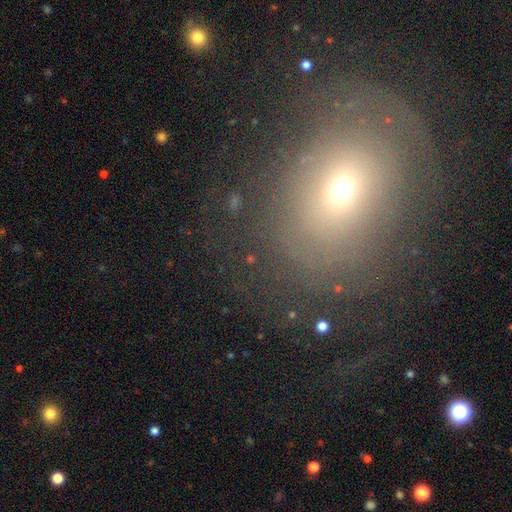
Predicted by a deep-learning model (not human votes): This is possibly a smooth galaxy (47%). Merging: likely none (65%).